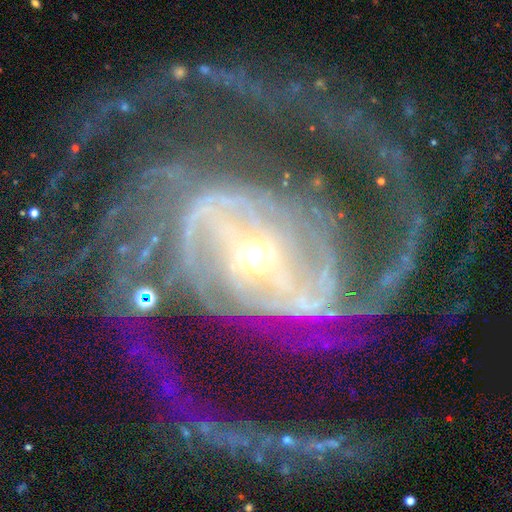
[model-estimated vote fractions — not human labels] Smooth or featured: featured or disk — 93% (star or artifact — 4%)
Edge-on disk: no — 97% (yes — 3%)
Bar: strong — 54% (weak — 31%)
Spiral arms: yes — 98% (no — 2%)
Spiral winding: medium — 50% (tight — 31%)
Spiral arm count: 2 — 53% (3 — 15%)
Bulge size: small — 52% (moderate — 41%)
Merging: none — 64% (major disturbance — 21%)